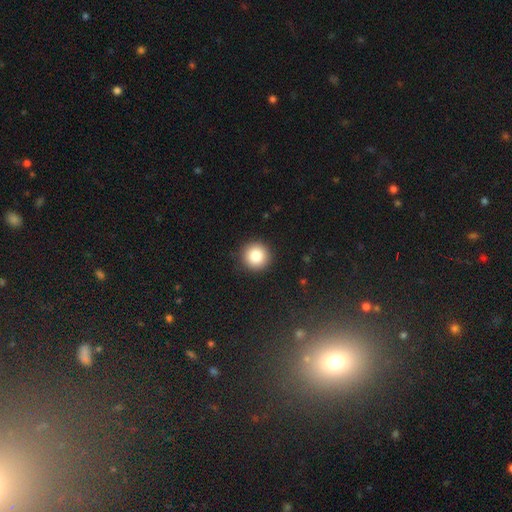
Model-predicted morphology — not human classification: Q: Smooth or featured?
A: smooth (86%); runner-up: star or artifact (9%)
Q: How rounded?
A: round (95%); runner-up: in between (4%)
Q: Merging?
A: none (91%); runner-up: minor disturbance (6%)